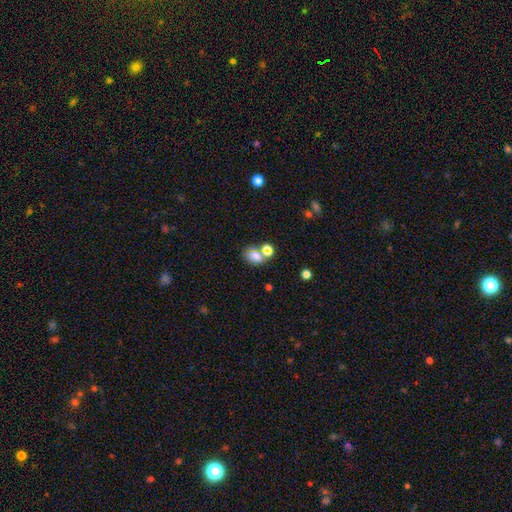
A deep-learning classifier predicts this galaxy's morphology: Smooth or featured? smooth (76%)
How rounded? in between (73%)
Merging? none (41%)